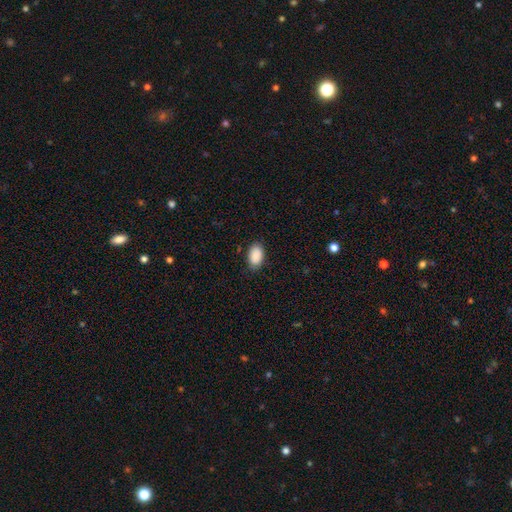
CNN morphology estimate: type=smooth (91%); roundness=in between (92%); merging=none (85%).